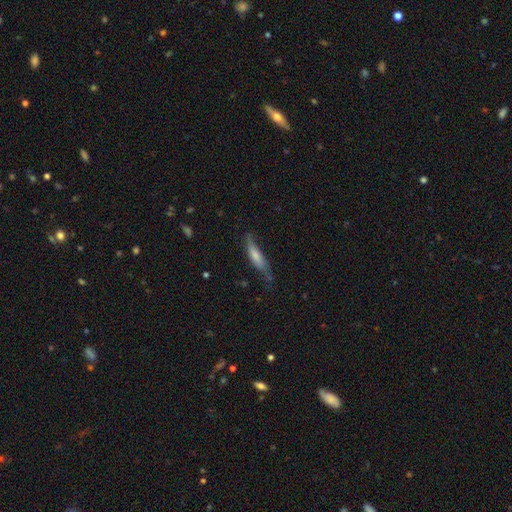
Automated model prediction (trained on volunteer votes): This appears to be a smooth galaxy with no disk features (56%) that is cigar-shaped (70%). Merging: none (53%).